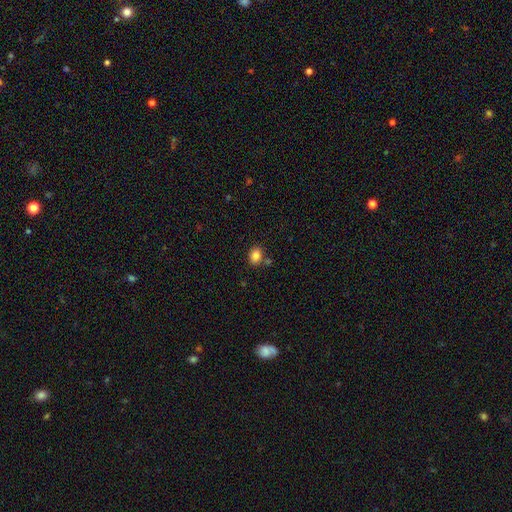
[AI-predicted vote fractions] smooth 84%, star or artifact 10%, featured or disk 6%. Down the decision tree: how rounded — in between (58%); merging — none (78%).